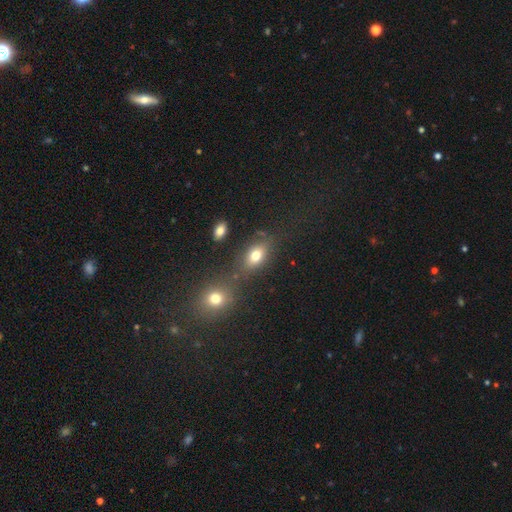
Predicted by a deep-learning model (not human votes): A smooth galaxy with no disk features (76%) that is in between round and cigar-shaped (77%).

Vote fractions:
- Smooth or featured? smooth: 76% / star or artifact: 13% / featured or disk: 12%
- How rounded? in between: 77% / round: 19% / cigar-shaped: 4%
- Merging? none: 61% / merger: 20% / minor disturbance: 13% / major disturbance: 6%